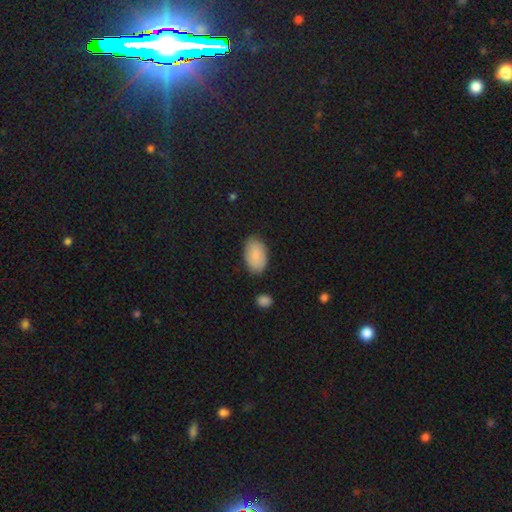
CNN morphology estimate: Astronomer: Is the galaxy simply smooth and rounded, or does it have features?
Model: smooth — 84%.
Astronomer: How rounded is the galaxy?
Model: in between — 94%.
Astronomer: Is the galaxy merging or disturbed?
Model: none — 82%.